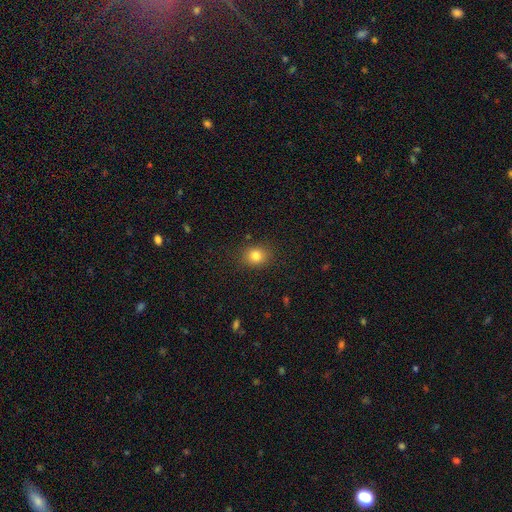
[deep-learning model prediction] Morphology: type=smooth (81%); roundness=round (67%); merging=none (87%).